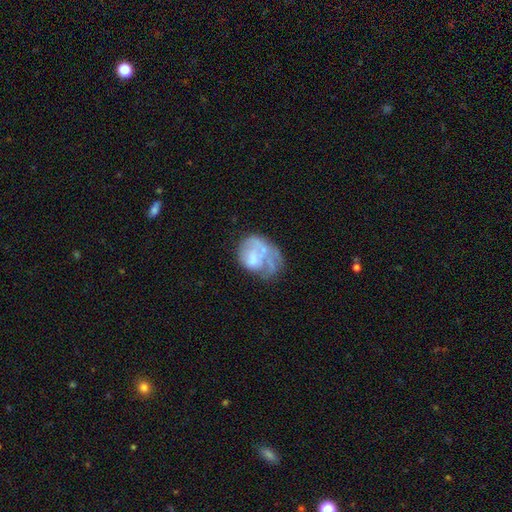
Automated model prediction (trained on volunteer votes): smooth_or_featured: featured or disk (p=0.50) [alt: smooth p=0.41]
merging: major disturbance (p=0.36) [alt: none p=0.30]